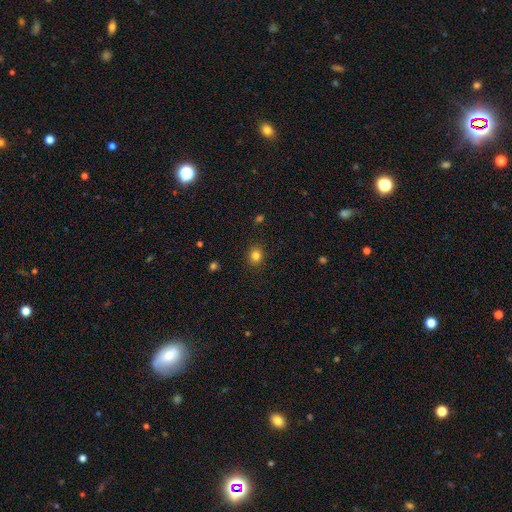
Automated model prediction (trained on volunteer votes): Overall: smooth (83%). How rounded: round (73%). Merging: none (89%).